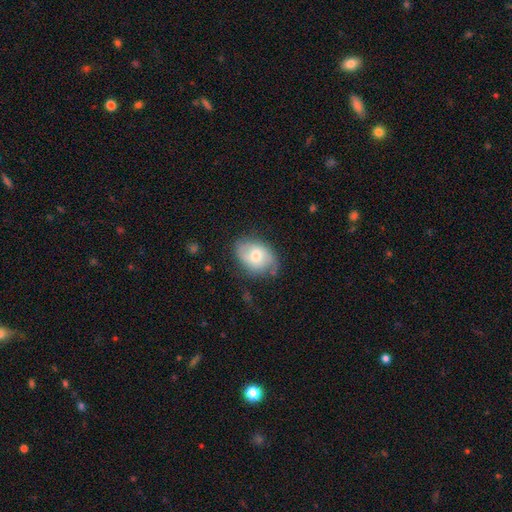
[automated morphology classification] smooth-or-featured: smooth: 56% | featured or disk: 37% | star or artifact: 7%
  how-rounded: in between: 76% | round: 23% | cigar-shaped: 1%
  merging: none: 65% | minor disturbance: 26% | major disturbance: 7% | merger: 2%